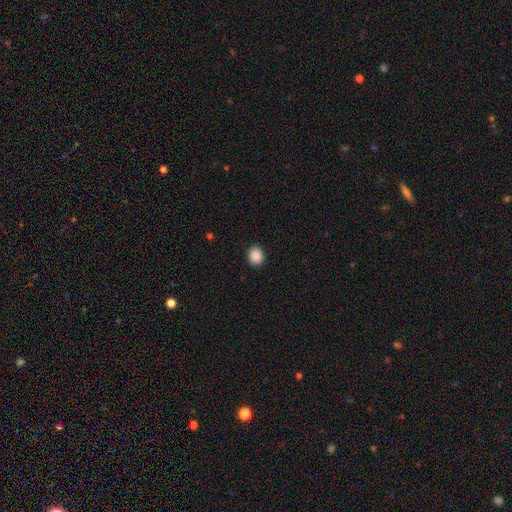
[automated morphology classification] A smooth galaxy with no disk features (89%) that is round (70%). Merging: none (90%).